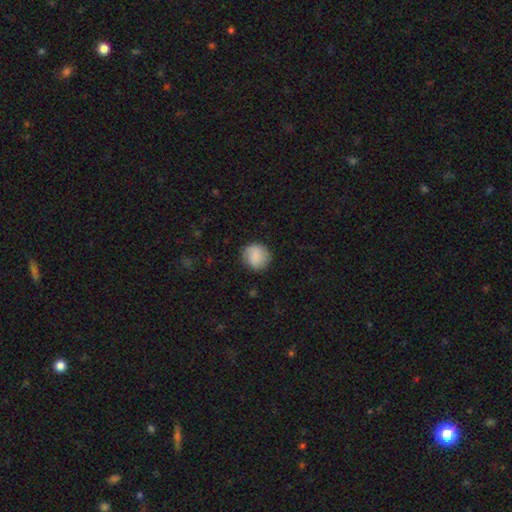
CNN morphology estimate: Overall: smooth (83%). How rounded: round (89%). Merging: none (81%).